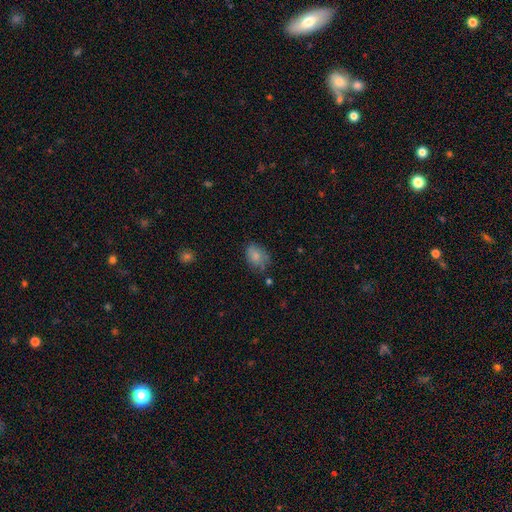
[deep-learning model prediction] smooth 79%, featured or disk 12%, star or artifact 9%. Down the decision tree: how rounded — in between (74%); merging — none (60%).